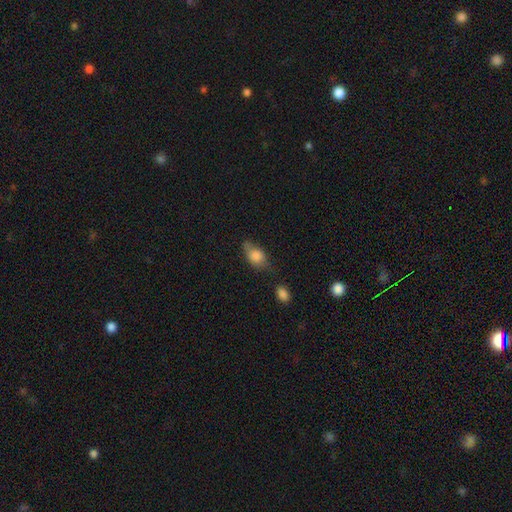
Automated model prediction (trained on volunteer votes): This is likely a smooth galaxy (79%). How rounded: likely in between (74%). Merging: marginally none (39%).